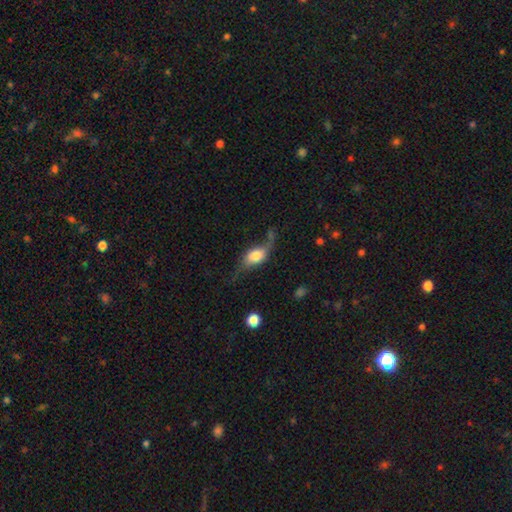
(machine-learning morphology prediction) Smooth or featured: smooth — 49% (featured or disk — 43%)
Merging: none — 38% (major disturbance — 31%)